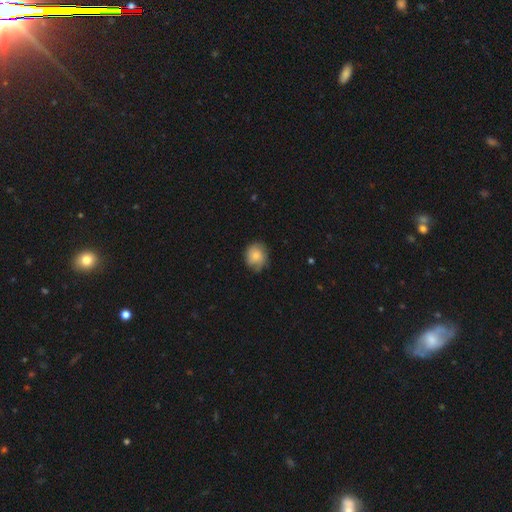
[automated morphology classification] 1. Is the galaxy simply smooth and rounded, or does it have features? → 68% smooth, 25% featured or disk, 7% star or artifact.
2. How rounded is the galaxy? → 76% round, 23% in between, 1% cigar-shaped.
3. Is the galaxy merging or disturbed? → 71% none, 23% minor disturbance, 5% major disturbance, 1% merger.